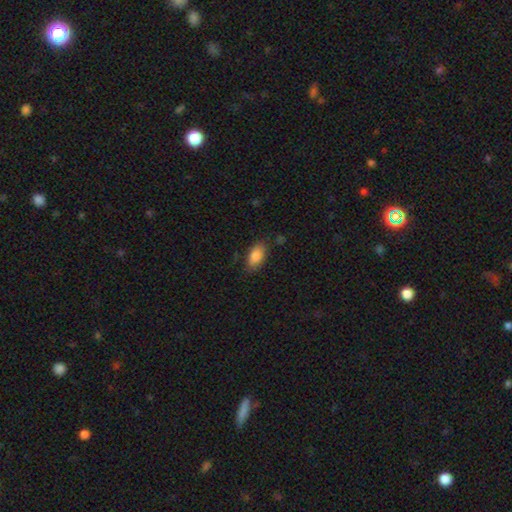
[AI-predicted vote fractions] Smooth or featured?
  - smooth: 86% *
  - star or artifact: 7%
  - featured or disk: 7%
How rounded?
  - in between: 92% *
  - cigar-shaped: 5%
  - round: 3%
Merging?
  - none: 79% *
  - minor disturbance: 16%
  - major disturbance: 4%
  - merger: 2%